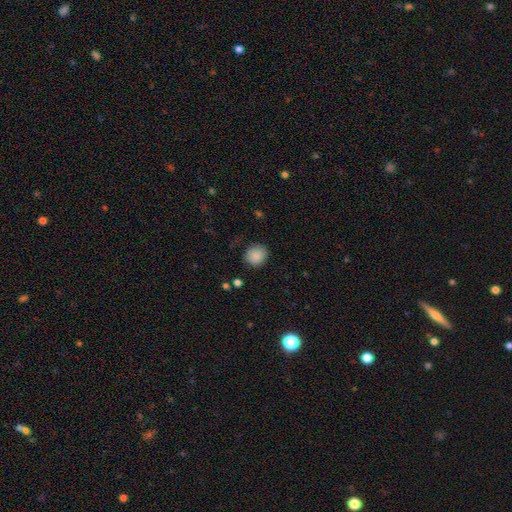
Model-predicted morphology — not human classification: Smooth or featured?
  - smooth: 88% *
  - star or artifact: 8%
  - featured or disk: 4%
How rounded?
  - round: 83% *
  - in between: 16%
  - cigar-shaped: 1%
Merging?
  - none: 85% *
  - minor disturbance: 11%
  - major disturbance: 3%
  - merger: 1%